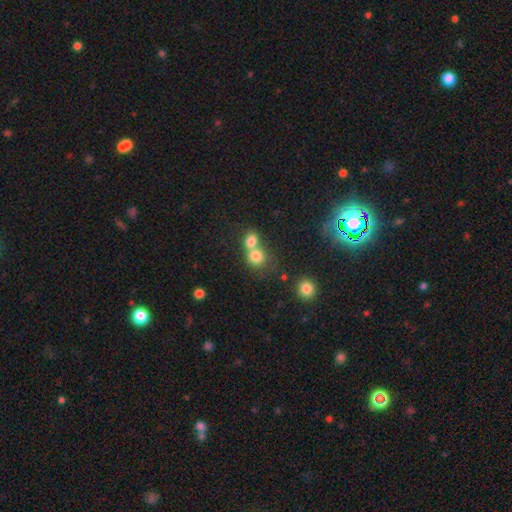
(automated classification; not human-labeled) This appears to be a smooth galaxy with no disk features (78%) that is round (77%). Merging: merger (60%).